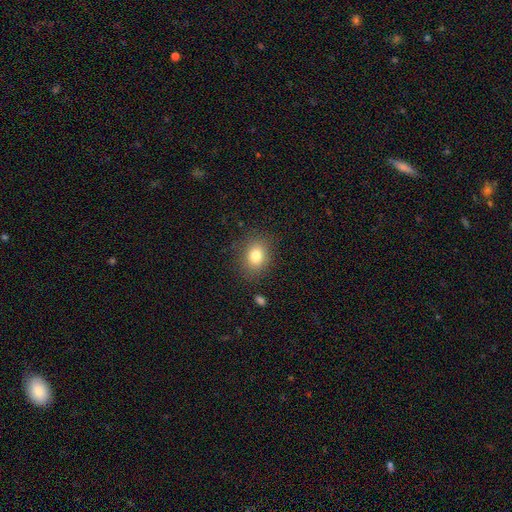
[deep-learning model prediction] Smooth or featured? Predicted: smooth (p=0.80). How rounded? Predicted: in between (p=0.55). Merging? Predicted: none (p=0.83).